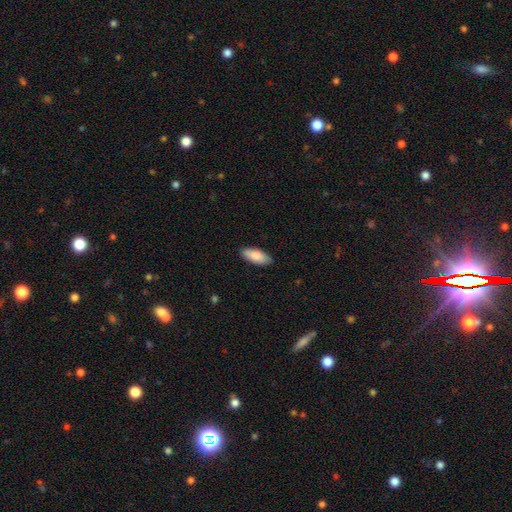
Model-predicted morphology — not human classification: smooth_or_featured: smooth (p=0.87) [alt: featured or disk p=0.08]
how_rounded: in between (p=0.83) [alt: cigar-shaped p=0.15]
merging: none (p=0.88) [alt: minor disturbance p=0.09]